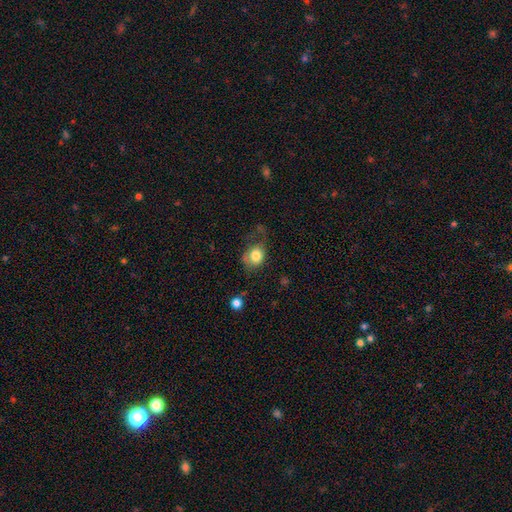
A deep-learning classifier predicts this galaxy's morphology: smooth 78%, featured or disk 14%, star or artifact 8%. Down the decision tree: how rounded — round (50%); merging — none (39%).